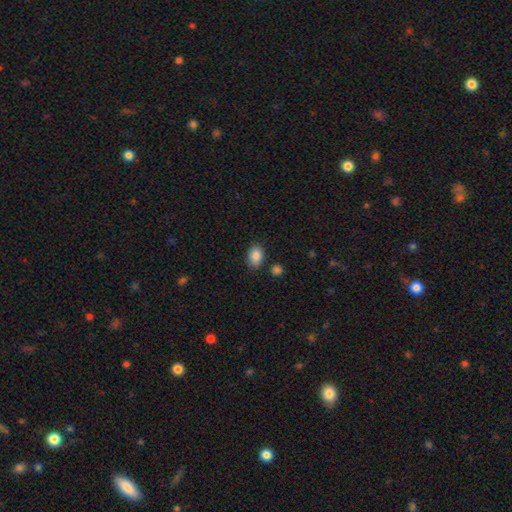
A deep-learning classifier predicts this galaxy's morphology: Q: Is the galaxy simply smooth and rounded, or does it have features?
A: smooth — 87%.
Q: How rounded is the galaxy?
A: in between — 78%.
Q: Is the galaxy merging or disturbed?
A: none — 83%.